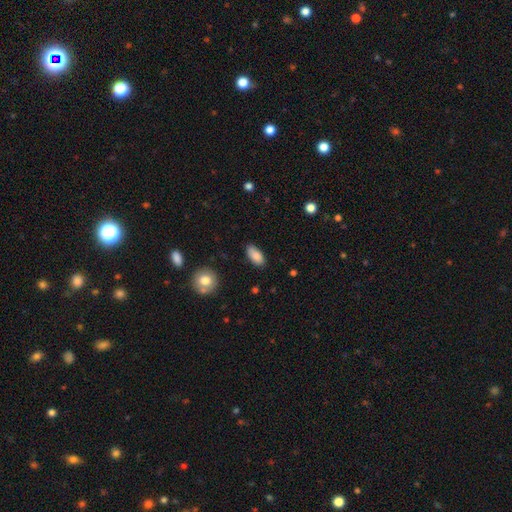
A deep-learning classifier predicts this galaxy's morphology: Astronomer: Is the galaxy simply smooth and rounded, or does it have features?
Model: smooth — 85%.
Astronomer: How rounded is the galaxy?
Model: in between — 90%.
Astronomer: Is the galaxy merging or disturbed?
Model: none — 83%.